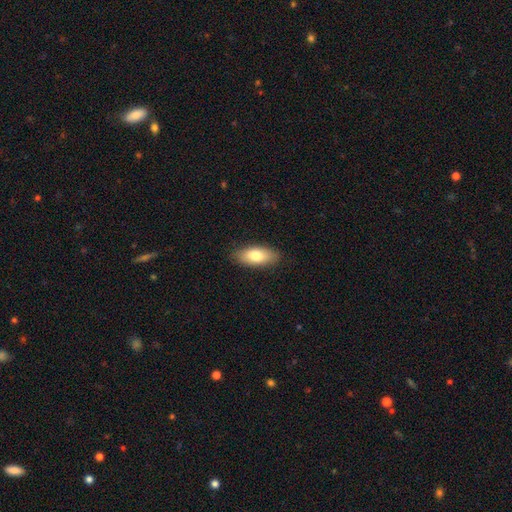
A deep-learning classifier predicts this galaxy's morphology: This is likely a smooth galaxy (78%). How rounded: clearly in between (84%). Merging: clearly none (87%).